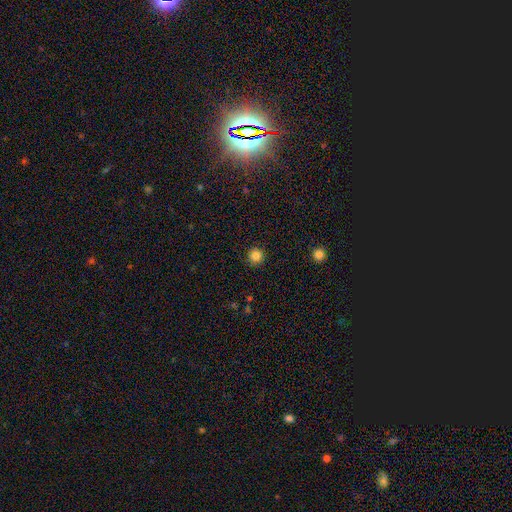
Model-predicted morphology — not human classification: smooth 84%, star or artifact 12%, featured or disk 4%. Down the decision tree: how rounded — round (95%); merging — none (92%).